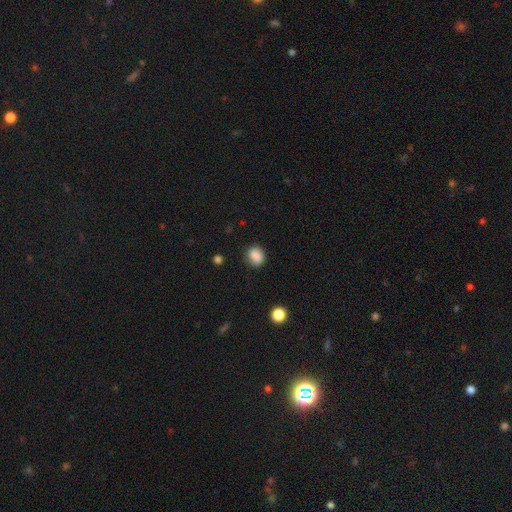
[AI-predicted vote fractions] Overall: smooth (86%). How rounded: round (55%; in between 44%). Merging: none (79%).